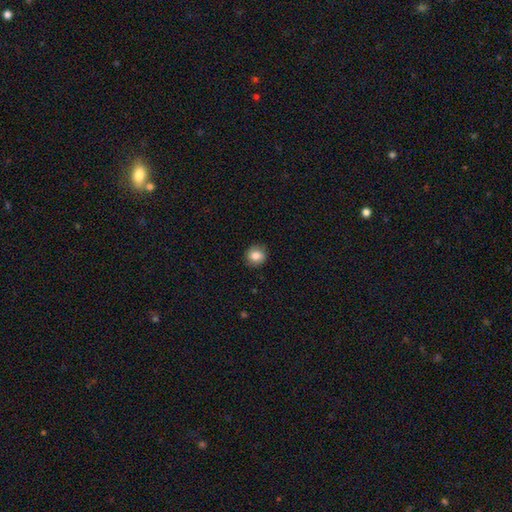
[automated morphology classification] Smooth or featured: smooth — 82% (featured or disk — 9%)
How rounded: round — 85% (in between — 14%)
Merging: none — 88% (minor disturbance — 8%)